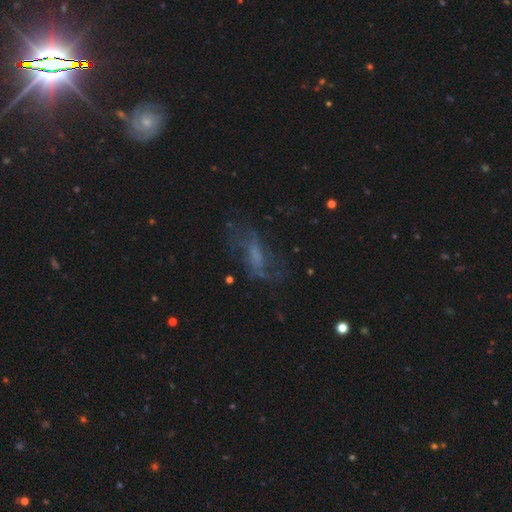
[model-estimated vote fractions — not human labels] featured or disk 51%, smooth 31%, star or artifact 18%. Down the decision tree: edge-on disk — no (87%); merging — none (50%).